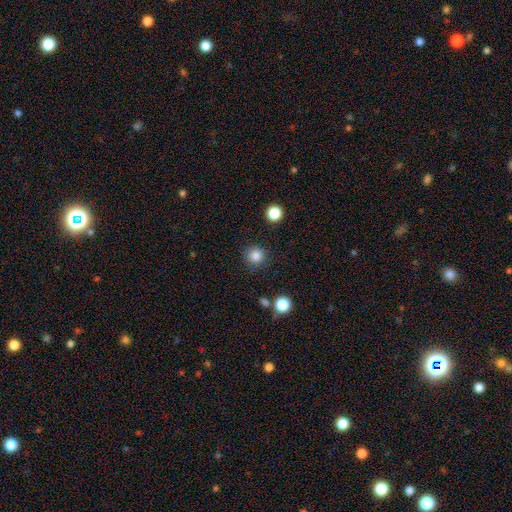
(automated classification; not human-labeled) Smooth or featured? Predicted: smooth (p=0.84). How rounded? Predicted: round (p=0.94). Merging? Predicted: none (p=0.88).